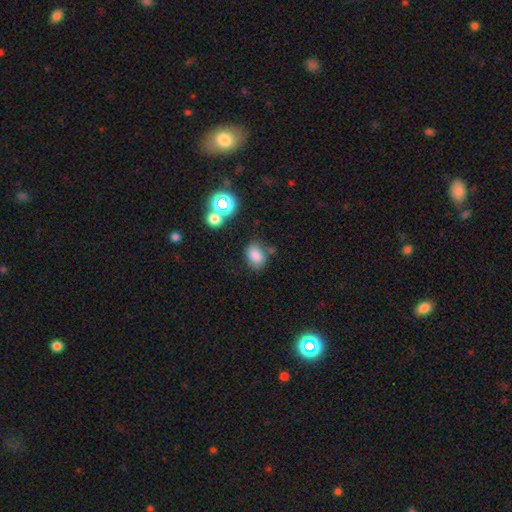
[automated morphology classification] A smooth galaxy with no disk features (79%) that is in between round and cigar-shaped (68%).

Vote fractions:
- Smooth or featured? smooth: 79% / star or artifact: 14% / featured or disk: 8%
- How rounded? in between: 68% / round: 31% / cigar-shaped: 1%
- Merging? none: 66% / minor disturbance: 18% / merger: 9% / major disturbance: 6%